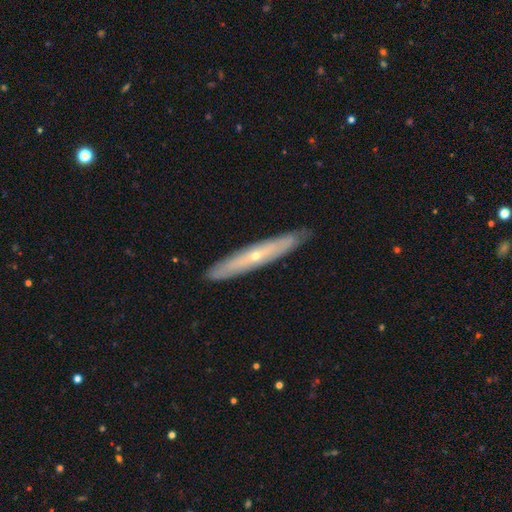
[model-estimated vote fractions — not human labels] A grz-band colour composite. It shows a featured or disk galaxy (65%) viewed edge-on (76%). Merging: none (88%).